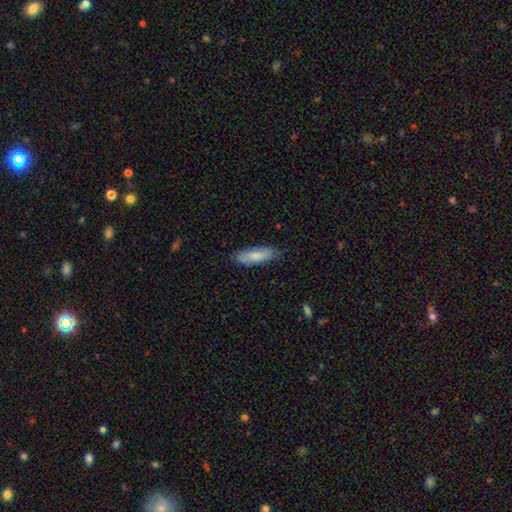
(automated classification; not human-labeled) A smooth galaxy with no disk features (79%) that is cigar-shaped (53%).

Vote fractions:
- Smooth or featured? smooth: 79% / featured or disk: 16% / star or artifact: 6%
- How rounded? cigar-shaped: 53% / in between: 45% / round: 2%
- Merging? none: 82% / minor disturbance: 14% / major disturbance: 3% / merger: 1%